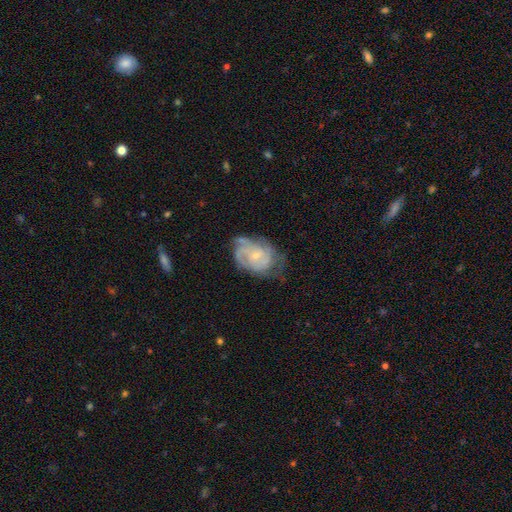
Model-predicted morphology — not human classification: Overall: featured or disk (76%). Edge-on disk: no (97%). Bar: no (64%; weak 31%). Spiral arms: yes (89%). Spiral arm count: can't tell (39%; 3 22%). Spiral winding: tight (55%; medium 34%). Bulge size: small (69%). Merging: none (50%; minor disturbance 29%).